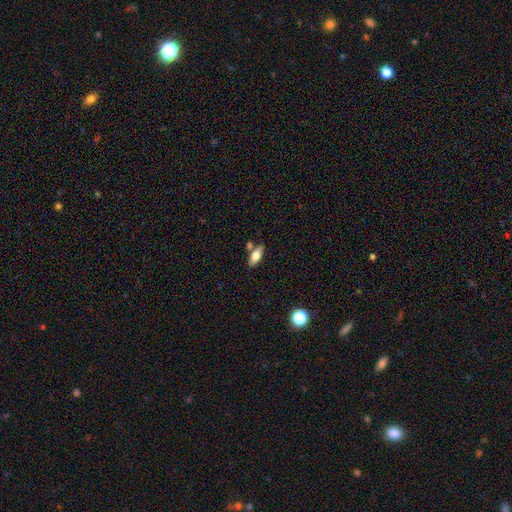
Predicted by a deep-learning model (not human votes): This appears to be a smooth galaxy with no disk features (72%) that is in between round and cigar-shaped (79%). Merging: none (70%).